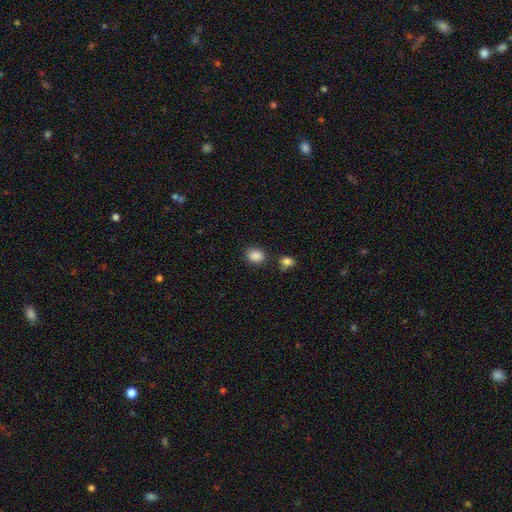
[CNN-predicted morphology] Q: Smooth or featured?
A: smooth (87%); runner-up: star or artifact (9%)
Q: How rounded?
A: in between (53%); runner-up: round (46%)
Q: Merging?
A: none (77%); runner-up: minor disturbance (12%)